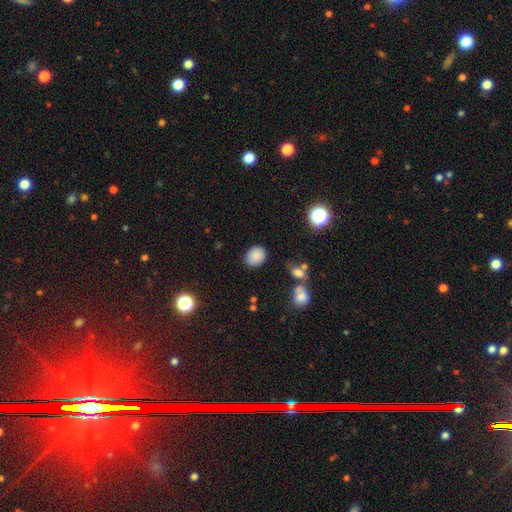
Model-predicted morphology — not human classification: This is clearly a smooth galaxy (84%). How rounded: possibly round (55%). Merging: clearly none (82%).